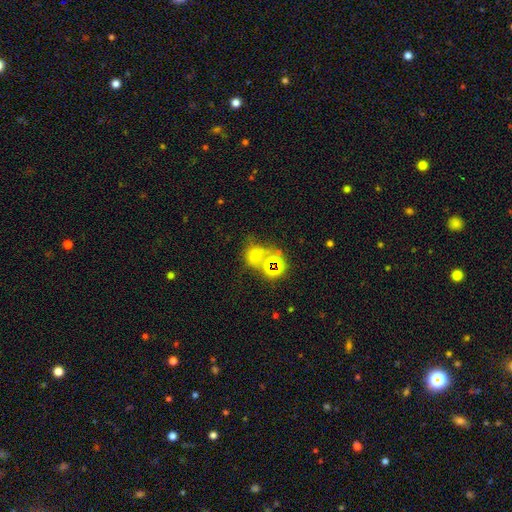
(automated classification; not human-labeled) Morphology: type=smooth (51%); roundness=round (69%); merging=none (44%).